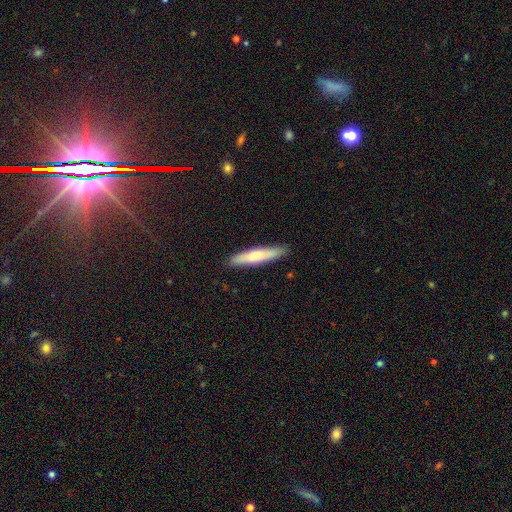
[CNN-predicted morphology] This is likely a smooth galaxy (65%). How rounded: clearly cigar-shaped (88%). Merging: clearly none (89%).